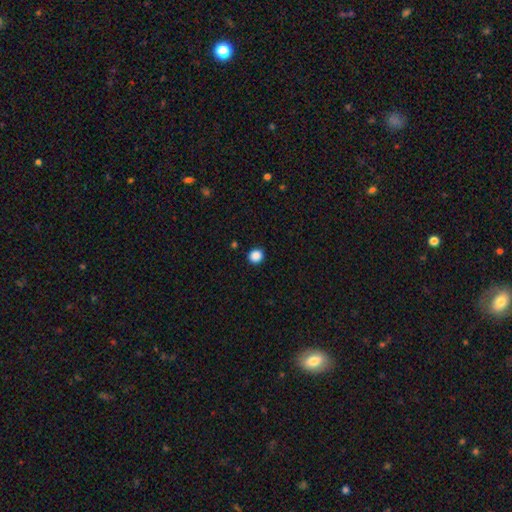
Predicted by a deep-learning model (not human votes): Q: Smooth or featured?
A: smooth (87%); runner-up: star or artifact (11%)
Q: How rounded?
A: round (91%); runner-up: in between (8%)
Q: Merging?
A: none (92%); runner-up: minor disturbance (5%)